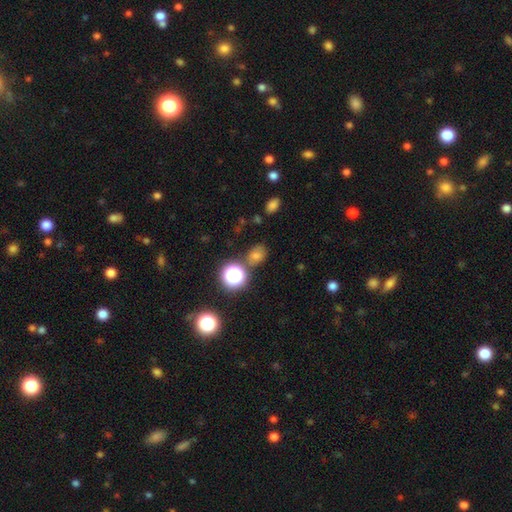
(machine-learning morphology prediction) This is possibly a smooth galaxy (59%). How rounded: likely round (62%). Merging: likely none (75%).